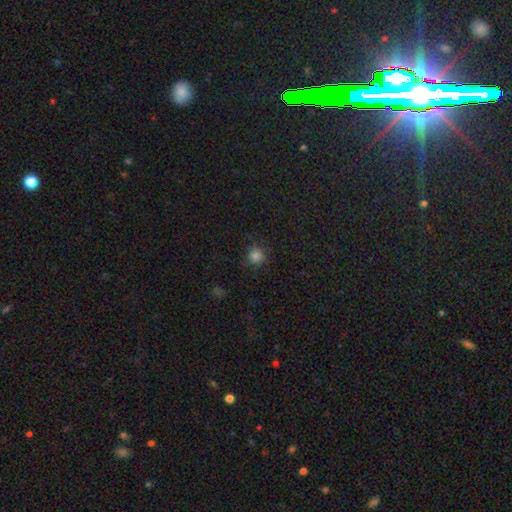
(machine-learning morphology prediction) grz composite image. It shows a smooth galaxy with no disk features (81%) that is round (92%). Merging: none (84%).